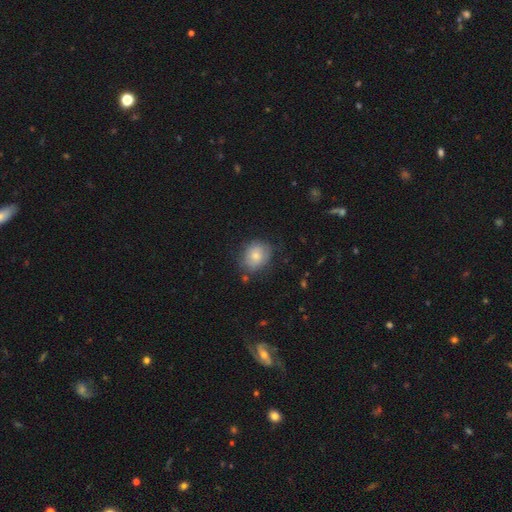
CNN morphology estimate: This is likely a smooth galaxy (75%). How rounded: possibly round (55%). Merging: likely none (71%).